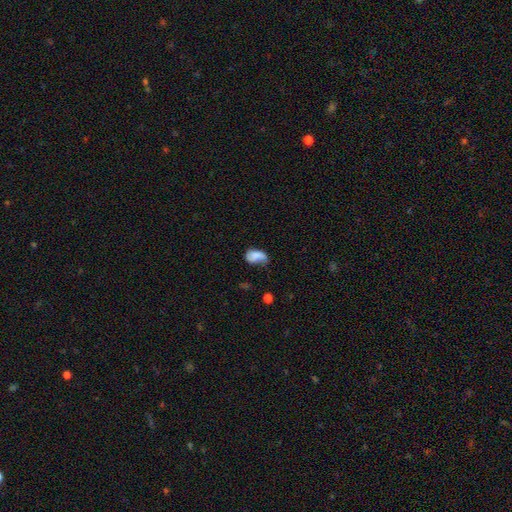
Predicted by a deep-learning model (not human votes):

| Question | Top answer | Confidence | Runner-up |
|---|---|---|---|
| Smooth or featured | smooth | 66% | featured or disk (25%) |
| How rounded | in between | 88% | round (10%) |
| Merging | minor disturbance | 37% | none (35%) |